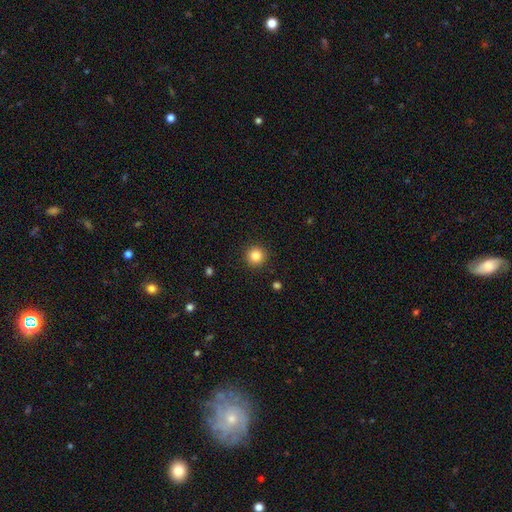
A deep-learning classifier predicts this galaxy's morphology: Overall: smooth (85%). How rounded: round (95%). Merging: none (92%).